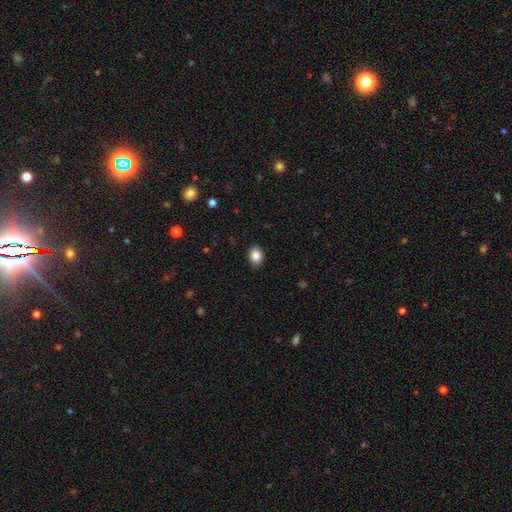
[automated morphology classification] Smooth or featured?
  - smooth: 87% *
  - star or artifact: 9%
  - featured or disk: 5%
How rounded?
  - in between: 63% *
  - round: 36%
  - cigar-shaped: 1%
Merging?
  - none: 89% *
  - minor disturbance: 8%
  - major disturbance: 2%
  - merger: 1%